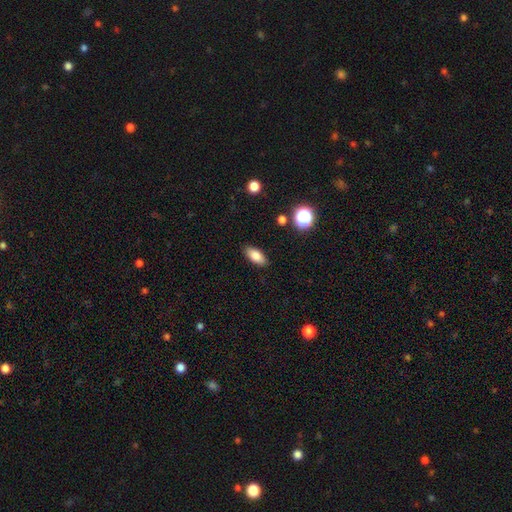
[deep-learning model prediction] This appears to be a smooth galaxy with no disk features (82%) that is in between round and cigar-shaped (86%). Merging: none (88%).